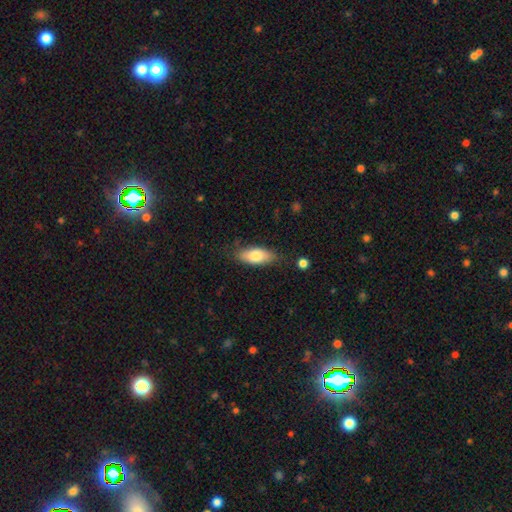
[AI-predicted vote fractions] Smooth or featured? Predicted: smooth (p=0.78). How rounded? Predicted: in between (p=0.82). Merging? Predicted: none (p=0.77).